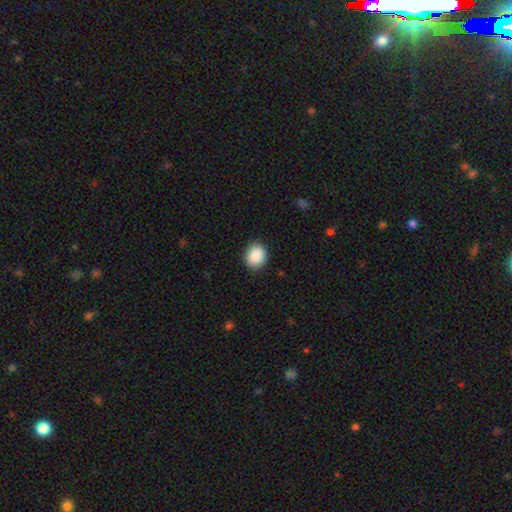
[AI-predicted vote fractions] Smooth or featured?
  - smooth: 90% *
  - star or artifact: 7%
  - featured or disk: 3%
How rounded?
  - round: 60% *
  - in between: 39%
  - cigar-shaped: 1%
Merging?
  - none: 88% *
  - minor disturbance: 9%
  - major disturbance: 2%
  - merger: 1%